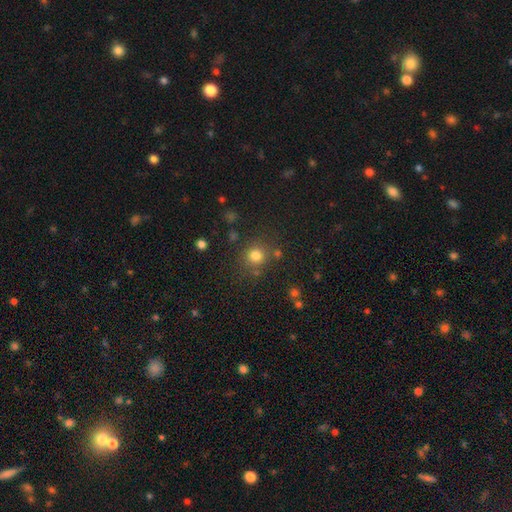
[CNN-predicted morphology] The model was most divided on "smooth or featured": smooth: 78%, star or artifact: 16%, featured or disk: 6%. More confident: how rounded — round (89%); merging — none (79%).